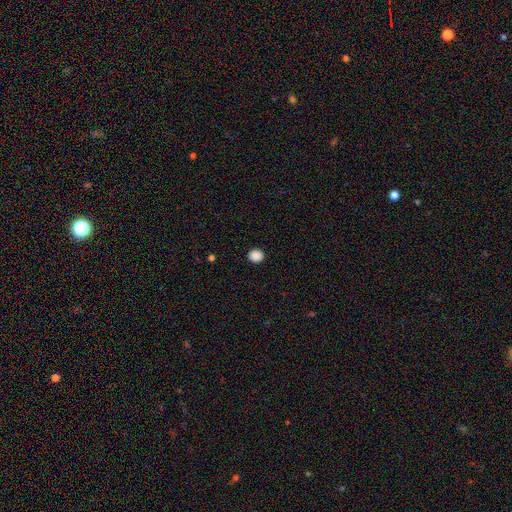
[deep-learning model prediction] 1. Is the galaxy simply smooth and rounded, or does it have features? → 88% smooth, 9% star or artifact, 2% featured or disk.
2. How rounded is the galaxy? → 85% round, 15% in between, 1% cigar-shaped.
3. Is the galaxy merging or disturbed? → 93% none, 5% minor disturbance, 2% major disturbance, 1% merger.